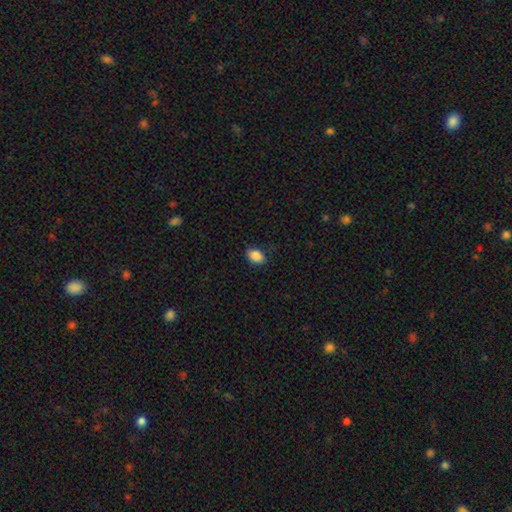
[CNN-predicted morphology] Smooth or featured: smooth — 88% (star or artifact — 8%)
How rounded: in between — 84% (round — 15%)
Merging: none — 84% (minor disturbance — 12%)